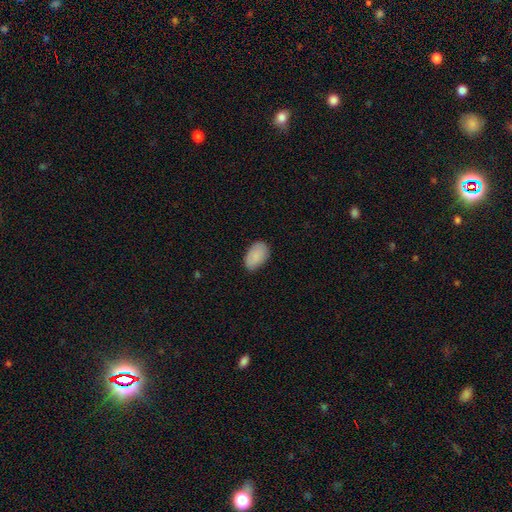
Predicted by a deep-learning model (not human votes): A smooth galaxy with no disk features (87%) that is in between round and cigar-shaped (92%).

Vote fractions:
- Smooth or featured? smooth: 87% / star or artifact: 6% / featured or disk: 6%
- How rounded? in between: 92% / round: 6% / cigar-shaped: 1%
- Merging? none: 78% / minor disturbance: 18% / major disturbance: 3% / merger: 1%